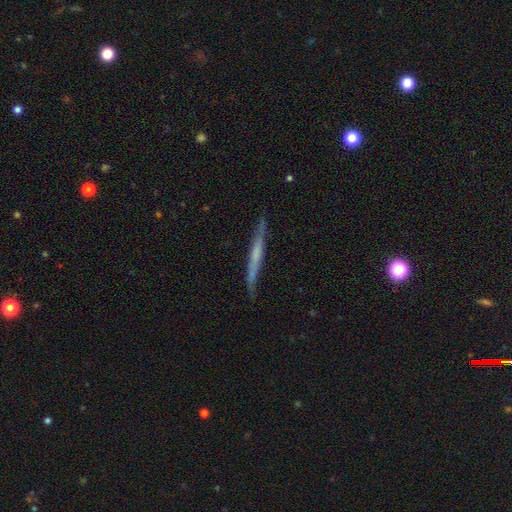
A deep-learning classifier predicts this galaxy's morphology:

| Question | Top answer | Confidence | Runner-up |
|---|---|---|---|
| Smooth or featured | featured or disk | 57% | smooth (37%) |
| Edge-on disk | yes | 95% | no (5%) |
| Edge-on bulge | none | 70% | rounded (19%) |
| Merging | none | 84% | minor disturbance (12%) |